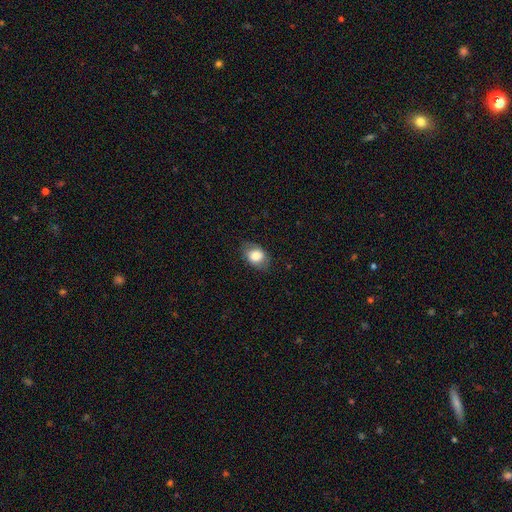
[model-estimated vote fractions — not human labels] The model was most divided on "how rounded": in between: 74%, round: 25%, cigar-shaped: 1%. More confident: smooth or featured — smooth (76%); merging — none (75%).